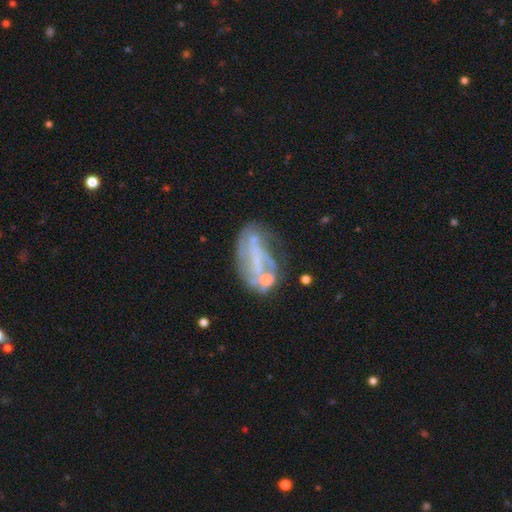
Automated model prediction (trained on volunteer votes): smooth_or_featured: featured or disk (p=0.60) [alt: smooth p=0.25]
disk_edge_on: no (p=0.91) [alt: yes p=0.09]
bar: no (p=0.48) [alt: strong p=0.28]
has_spiral_arms: no (p=0.61) [alt: yes p=0.39]
bulge_size: none (p=0.62) [alt: small p=0.25]
merging: none (p=0.40) [alt: major disturbance p=0.24]